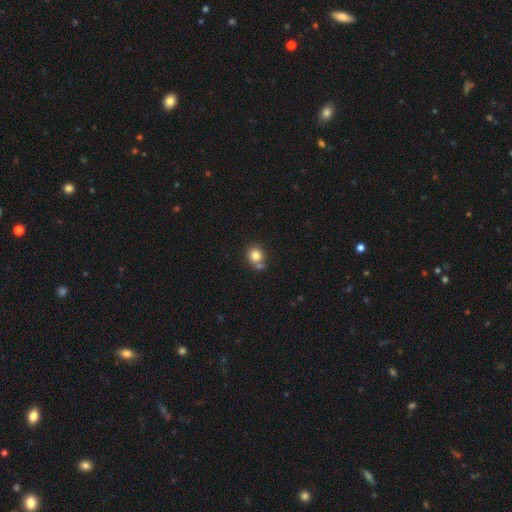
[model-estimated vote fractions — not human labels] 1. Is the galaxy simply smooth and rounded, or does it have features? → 81% smooth, 11% star or artifact, 8% featured or disk.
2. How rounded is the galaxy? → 84% round, 15% in between, 1% cigar-shaped.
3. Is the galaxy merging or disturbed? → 62% none, 24% merger, 11% minor disturbance, 3% major disturbance.